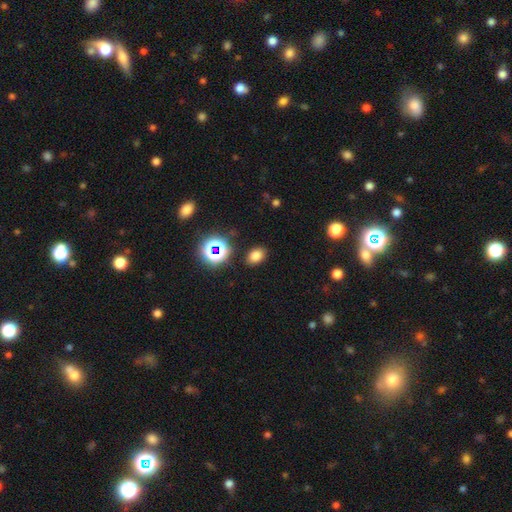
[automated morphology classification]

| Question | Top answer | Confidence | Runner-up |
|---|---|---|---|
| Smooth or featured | smooth | 74% | star or artifact (19%) |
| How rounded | in between | 73% | round (26%) |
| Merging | none | 87% | minor disturbance (9%) |